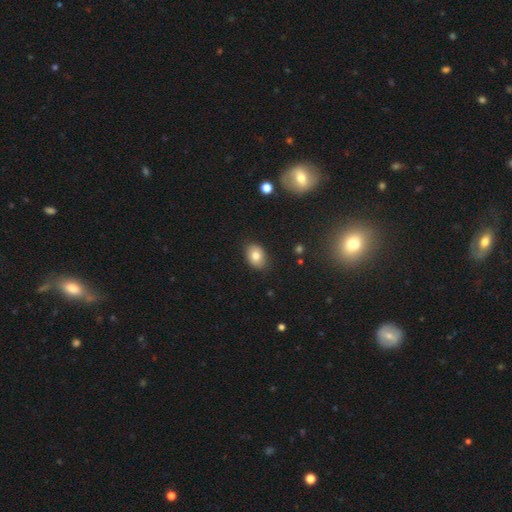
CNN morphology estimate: smooth-or-featured: smooth: 79% | featured or disk: 12% | star or artifact: 9%
  how-rounded: in between: 75% | round: 24% | cigar-shaped: 1%
  merging: none: 84% | minor disturbance: 12% | major disturbance: 2% | merger: 1%